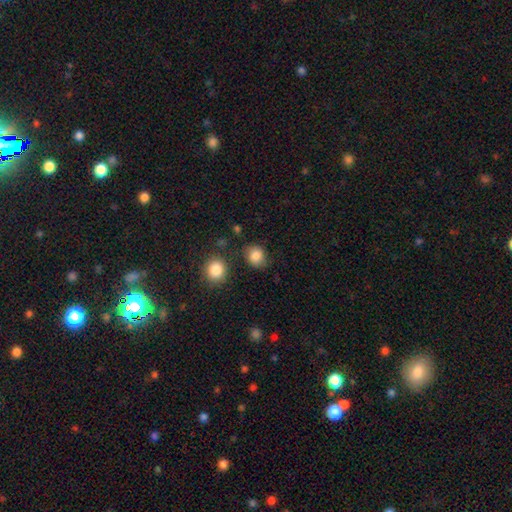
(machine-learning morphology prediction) Smooth or featured?
  - smooth: 85% *
  - star or artifact: 10%
  - featured or disk: 5%
How rounded?
  - round: 70% *
  - in between: 30%
  - cigar-shaped: 1%
Merging?
  - none: 75% *
  - minor disturbance: 16%
  - major disturbance: 5%
  - merger: 5%